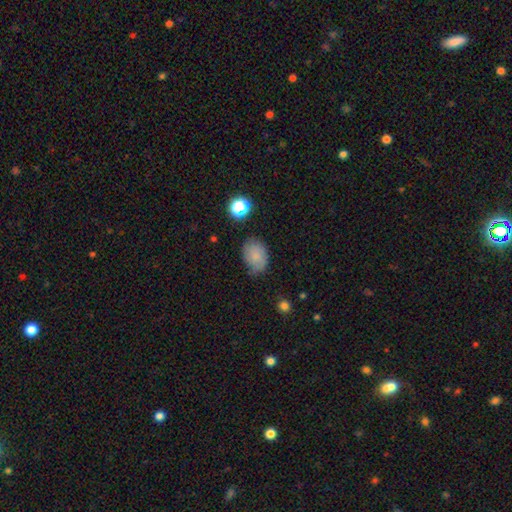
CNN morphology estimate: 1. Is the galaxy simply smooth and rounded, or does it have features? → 78% smooth, 11% star or artifact, 11% featured or disk.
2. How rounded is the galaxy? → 71% in between, 28% round, 1% cigar-shaped.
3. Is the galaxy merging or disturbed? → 64% none, 27% minor disturbance, 6% major disturbance, 2% merger.